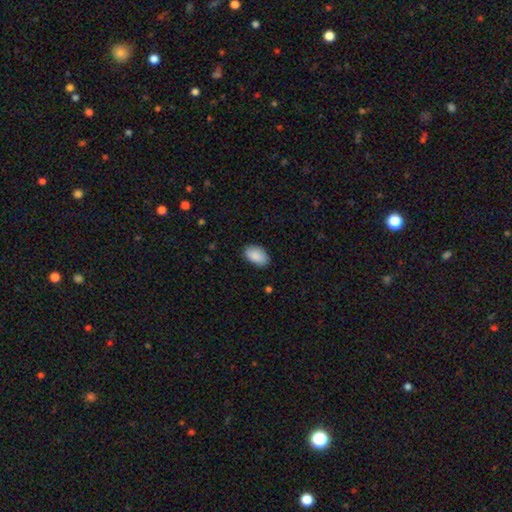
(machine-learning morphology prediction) Q: Smooth or featured?
A: smooth (88%); runner-up: star or artifact (6%)
Q: How rounded?
A: in between (92%); runner-up: round (6%)
Q: Merging?
A: none (85%); runner-up: minor disturbance (12%)